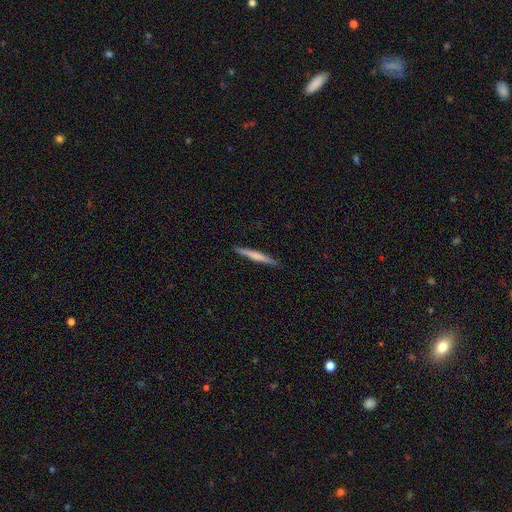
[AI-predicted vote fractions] This is possibly a smooth galaxy (54%). How rounded: clearly cigar-shaped (96%). Merging: clearly none (91%).